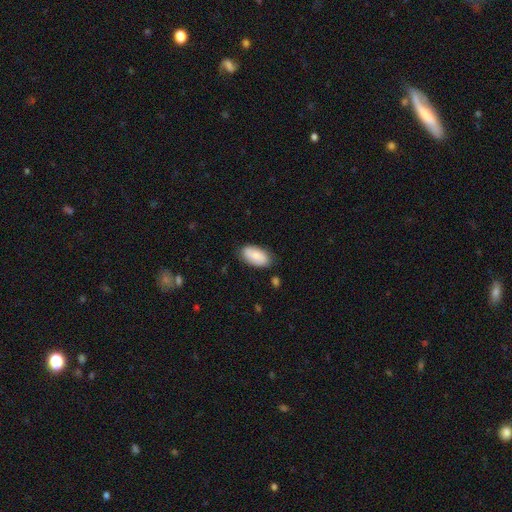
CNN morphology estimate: A smooth galaxy with no disk features (78%) that is in between round and cigar-shaped (95%).

Vote fractions:
- Smooth or featured? smooth: 78% / featured or disk: 16% / star or artifact: 6%
- How rounded? in between: 95% / round: 3% / cigar-shaped: 3%
- Merging? none: 78% / minor disturbance: 17% / major disturbance: 3% / merger: 2%